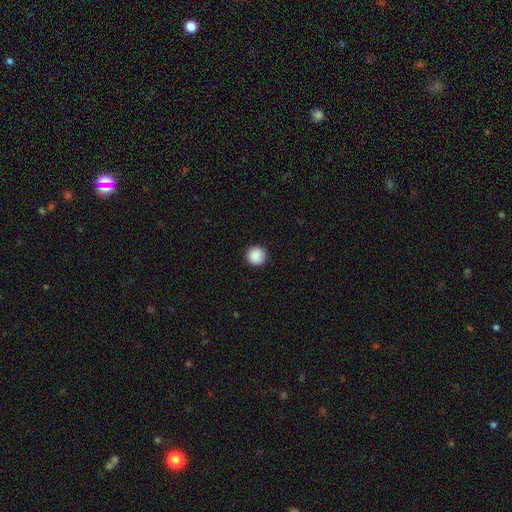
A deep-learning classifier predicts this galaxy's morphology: This appears to be a smooth galaxy with no disk features (89%) that is round (96%). Merging: none (93%).